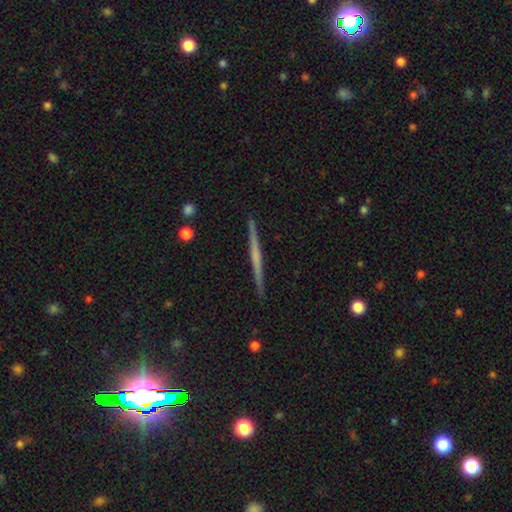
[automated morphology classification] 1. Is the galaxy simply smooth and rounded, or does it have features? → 67% featured or disk, 27% smooth, 6% star or artifact.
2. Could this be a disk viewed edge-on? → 98% yes, 2% no.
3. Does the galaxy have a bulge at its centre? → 65% none, 25% rounded, 9% boxy.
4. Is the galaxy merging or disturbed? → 92% none, 5% minor disturbance, 1% major disturbance, 1% merger.